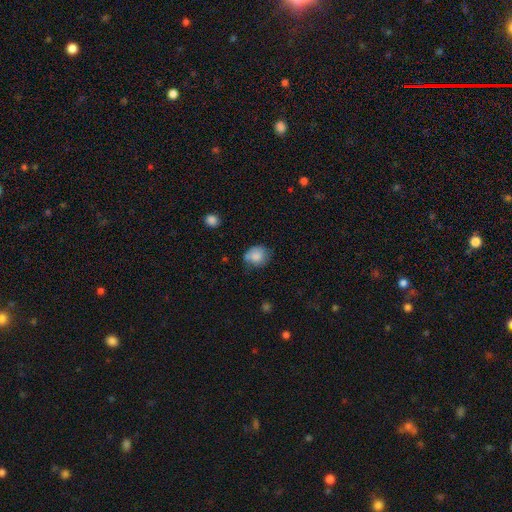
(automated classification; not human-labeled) Smooth or featured? smooth (82%)
How rounded? round (65%)
Merging? none (60%)